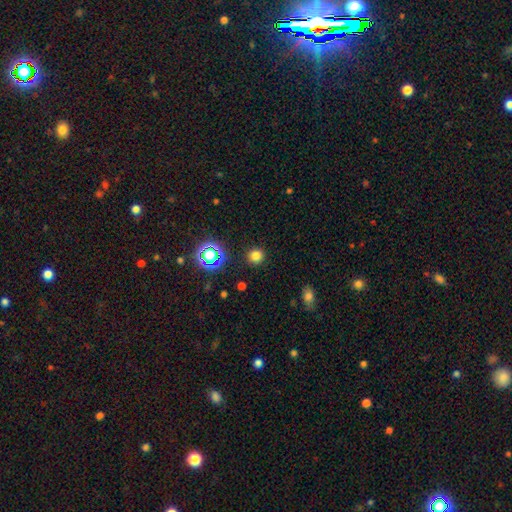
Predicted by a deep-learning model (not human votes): Smooth or featured?
  - smooth: 77% *
  - star or artifact: 18%
  - featured or disk: 5%
How rounded?
  - round: 92% *
  - in between: 7%
  - cigar-shaped: 1%
Merging?
  - none: 90% *
  - minor disturbance: 6%
  - major disturbance: 2%
  - merger: 1%